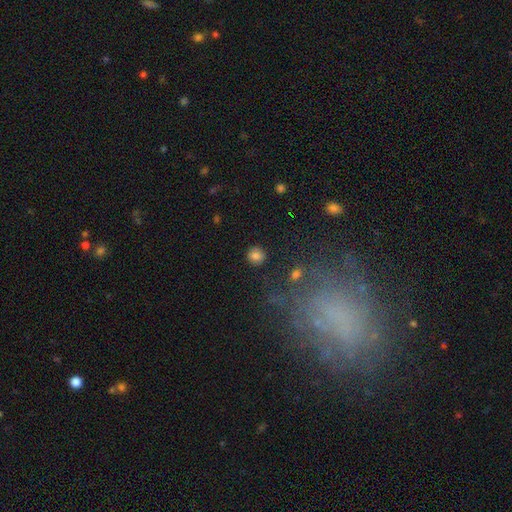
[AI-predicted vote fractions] Smooth or featured: smooth — 81% (star or artifact — 12%)
How rounded: round — 90% (in between — 9%)
Merging: none — 88% (minor disturbance — 8%)